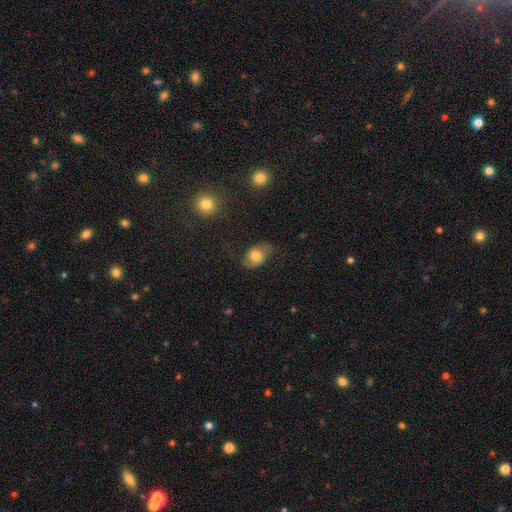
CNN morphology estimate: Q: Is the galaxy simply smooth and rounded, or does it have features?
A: smooth — 62%.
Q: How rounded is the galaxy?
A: in between — 70%.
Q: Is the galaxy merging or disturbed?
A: none — 62%.